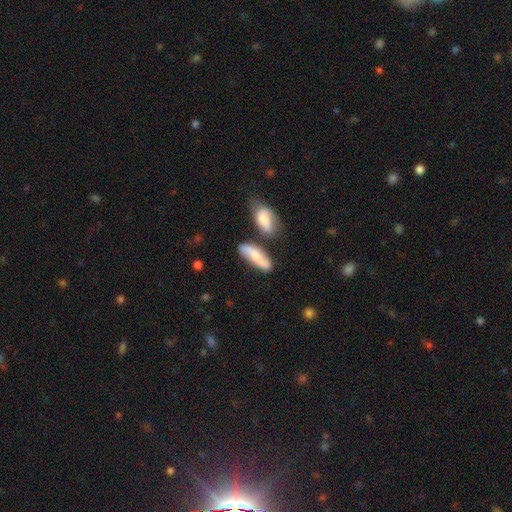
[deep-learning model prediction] A smooth galaxy with no disk features (55%) that is in between round and cigar-shaped (56%). Merging: none (64%).